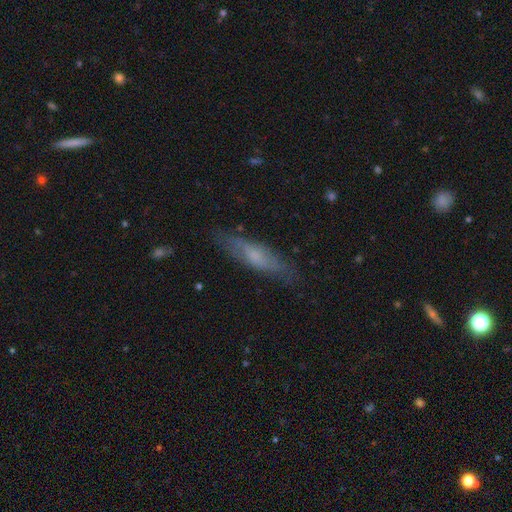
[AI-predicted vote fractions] smooth 54%, featured or disk 39%, star or artifact 8%. Down the decision tree: how rounded — cigar-shaped (72%); merging — none (78%).